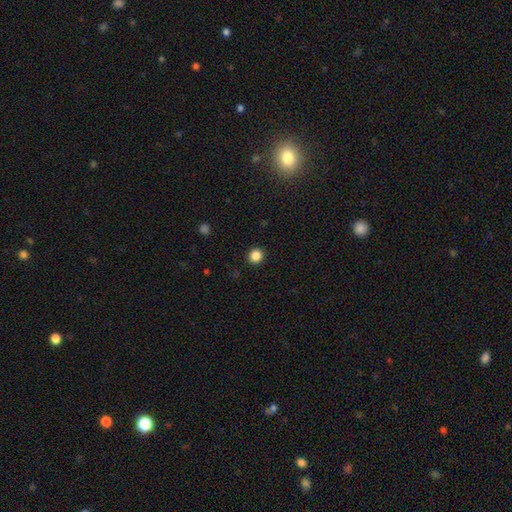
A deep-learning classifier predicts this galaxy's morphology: A smooth galaxy with no disk features (85%) that is round (91%). Merging: none (92%).